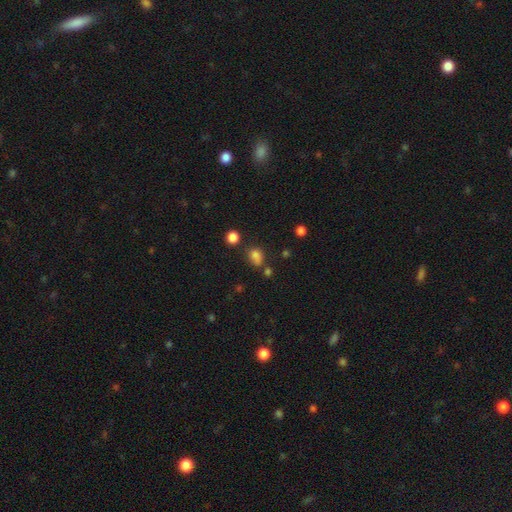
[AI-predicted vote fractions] This appears to be a smooth galaxy with no disk features (77%) that is in between round and cigar-shaped (57%). Merging: none (57%).